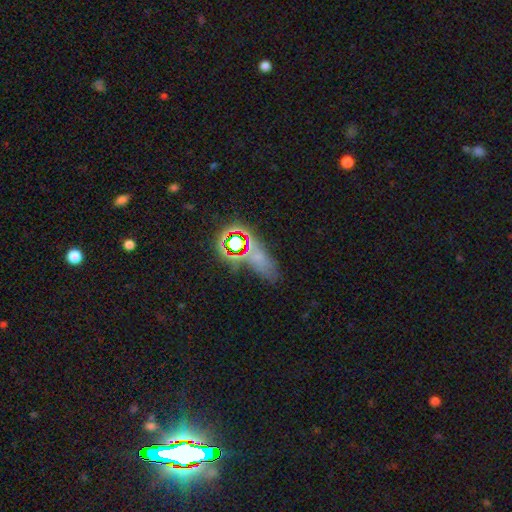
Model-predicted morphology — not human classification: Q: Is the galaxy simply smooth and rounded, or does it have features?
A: star or artifact — 51%.